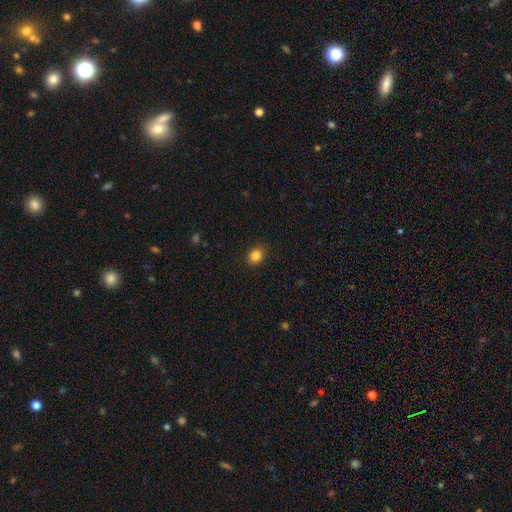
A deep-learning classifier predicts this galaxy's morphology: Smooth or featured? smooth (85%)
How rounded? round (54%)
Merging? none (89%)